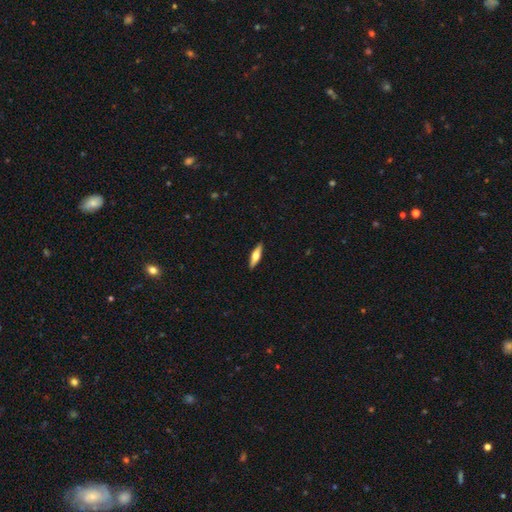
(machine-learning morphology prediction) Smooth or featured: smooth — 49% (featured or disk — 46%)
Merging: none — 90% (minor disturbance — 7%)